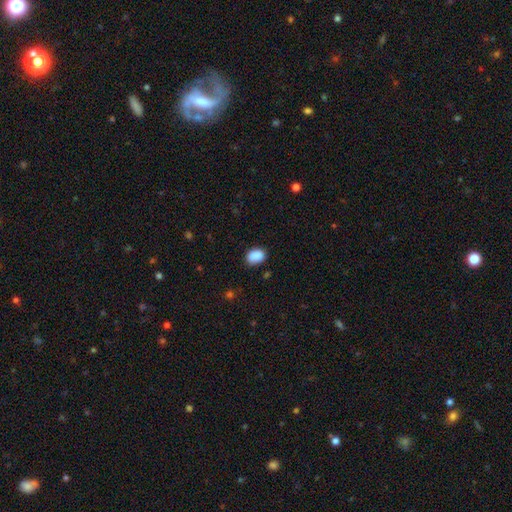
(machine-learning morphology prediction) A smooth galaxy with no disk features (87%) that is in between round and cigar-shaped (72%).

Vote fractions:
- Smooth or featured? smooth: 87% / star or artifact: 8% / featured or disk: 4%
- How rounded? in between: 72% / round: 27% / cigar-shaped: 1%
- Merging? none: 77% / minor disturbance: 16% / major disturbance: 4% / merger: 3%